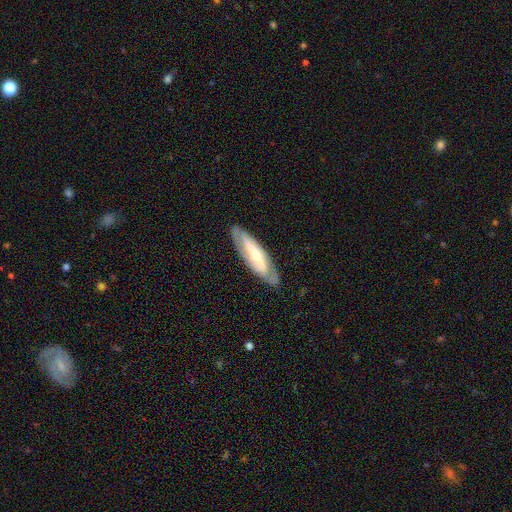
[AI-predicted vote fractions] This is likely a featured or disk galaxy (69%). It is likely not viewed edge-on (74%). Bar: marginally no (38%). Spiral arm pattern: clearly yes (82%). Central bulge: possibly moderate (46%). Merging: clearly none (81%).